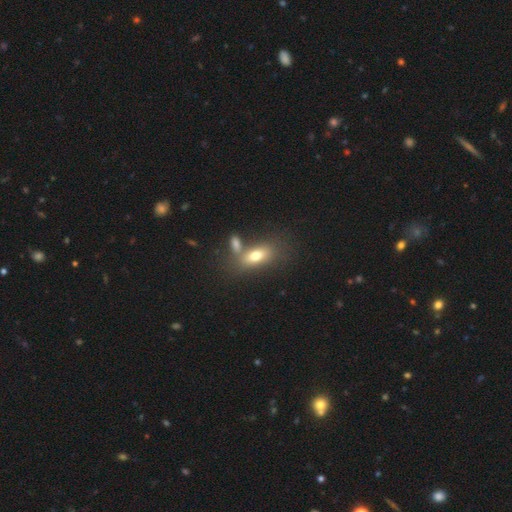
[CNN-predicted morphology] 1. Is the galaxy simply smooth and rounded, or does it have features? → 71% smooth, 20% featured or disk, 9% star or artifact.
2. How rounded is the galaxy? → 82% in between, 12% cigar-shaped, 6% round.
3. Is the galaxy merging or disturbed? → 45% none, 35% merger, 13% minor disturbance, 7% major disturbance.